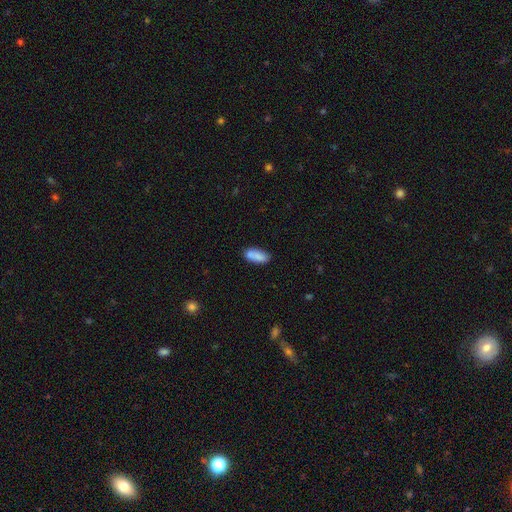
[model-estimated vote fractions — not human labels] Morphology: type=smooth (83%); roundness=in between (81%); merging=none (68%).